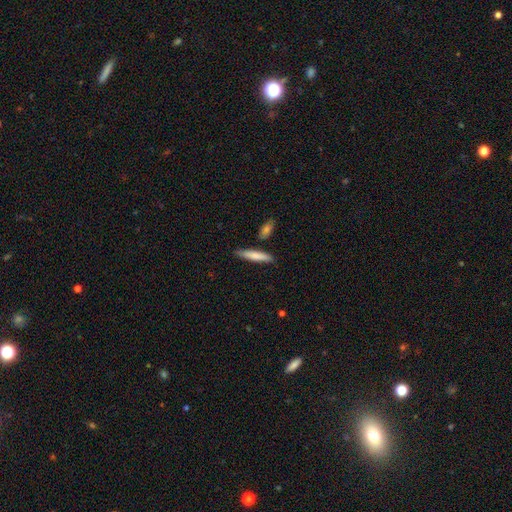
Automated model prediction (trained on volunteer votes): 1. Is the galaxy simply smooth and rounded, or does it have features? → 76% smooth, 18% featured or disk, 5% star or artifact.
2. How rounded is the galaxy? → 86% cigar-shaped, 12% in between, 2% round.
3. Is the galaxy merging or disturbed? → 81% none, 12% minor disturbance, 5% merger, 2% major disturbance.